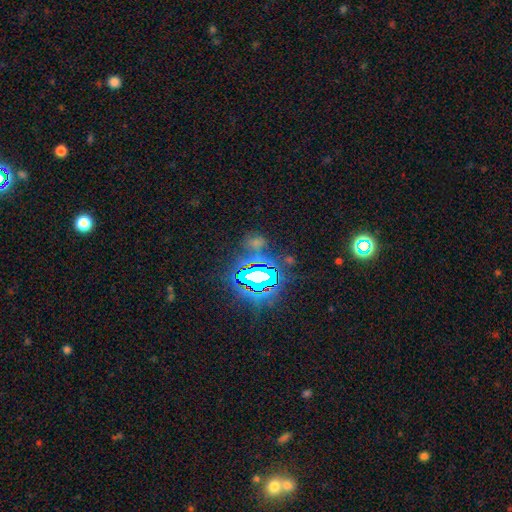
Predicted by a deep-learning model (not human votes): A star or artifact, not a galaxy (82%).